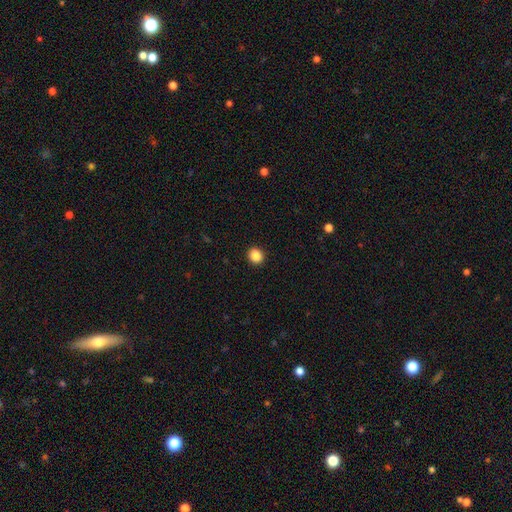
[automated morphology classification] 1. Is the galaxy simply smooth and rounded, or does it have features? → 87% smooth, 10% star or artifact, 3% featured or disk.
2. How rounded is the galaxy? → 82% round, 17% in between, 1% cigar-shaped.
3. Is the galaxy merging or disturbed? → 92% none, 5% minor disturbance, 2% major disturbance, 1% merger.